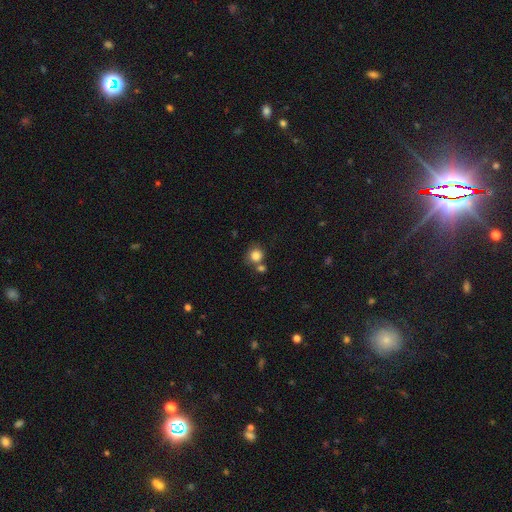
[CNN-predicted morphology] This appears to be a smooth galaxy with no disk features (83%) that is round (86%). Merging: none (61%).